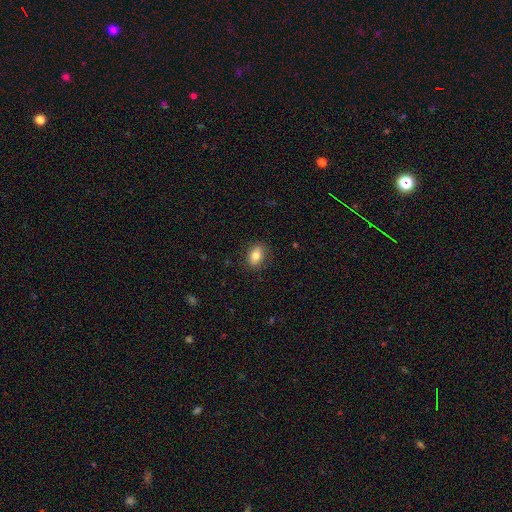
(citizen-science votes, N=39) This is likely a smooth galaxy (79%). How rounded: likely in between (65%). Merging: clearly none (89%).